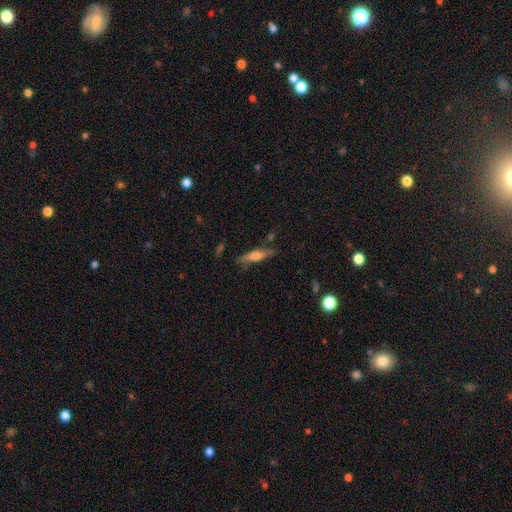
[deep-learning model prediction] smooth 48%, featured or disk 46%, star or artifact 7%. Down the decision tree: merging — none (73%).